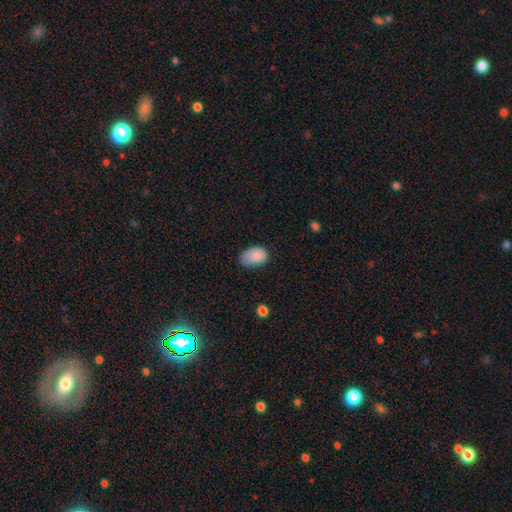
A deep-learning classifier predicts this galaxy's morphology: type=smooth (85%); roundness=in between (89%); merging=none (52%).